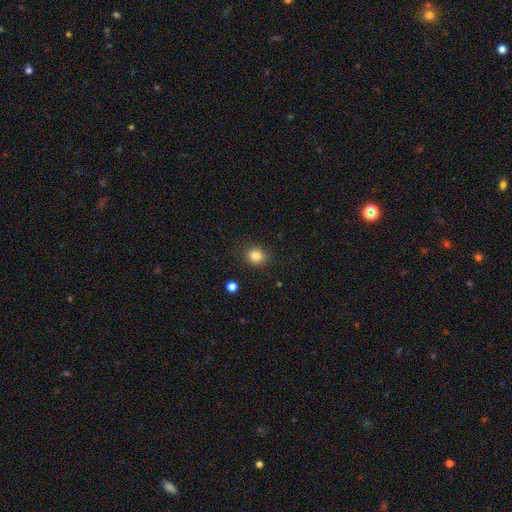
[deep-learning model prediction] Overall: smooth (84%). How rounded: round (67%; in between 32%). Merging: none (86%).